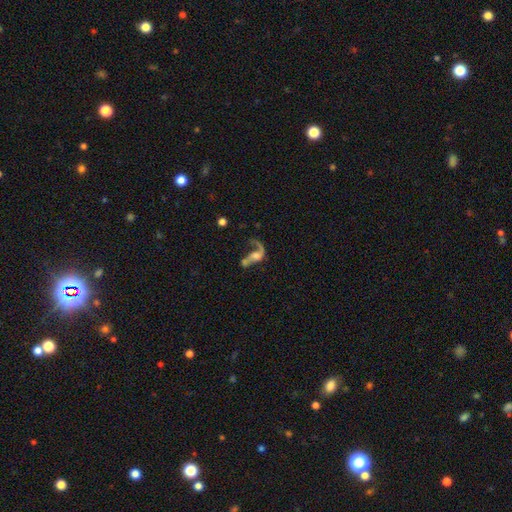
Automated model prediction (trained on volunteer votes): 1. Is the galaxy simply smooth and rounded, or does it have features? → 69% featured or disk, 20% smooth, 10% star or artifact.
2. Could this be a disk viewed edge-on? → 93% no, 7% yes.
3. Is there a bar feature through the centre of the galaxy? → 62% no, 27% weak, 11% strong.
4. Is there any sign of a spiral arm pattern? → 75% yes, 25% no.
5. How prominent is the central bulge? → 35% moderate, 27% small, 21% none, 13% large, 3% dominant.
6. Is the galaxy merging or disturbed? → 37% major disturbance, 28% merger, 24% none, 11% minor disturbance.